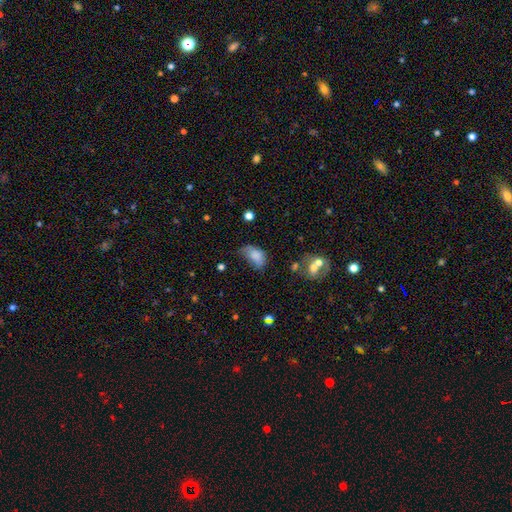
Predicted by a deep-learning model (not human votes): The model was most divided on "merging": minor disturbance: 41%, none: 29%, major disturbance: 26%, merger: 5%. More confident: how rounded — in between (88%); smooth or featured — smooth (77%).